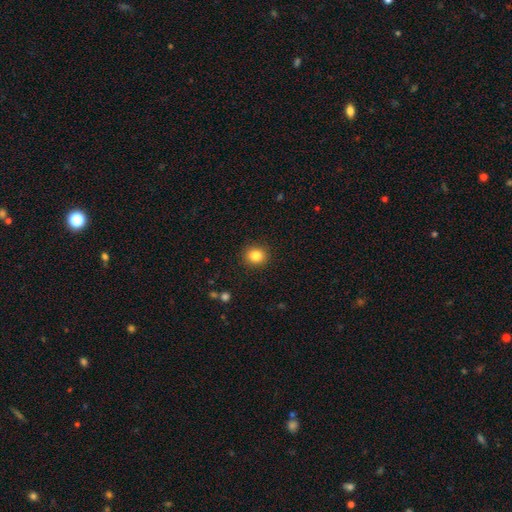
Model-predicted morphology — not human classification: Smooth or featured? smooth (83%)
How rounded? round (84%)
Merging? none (91%)